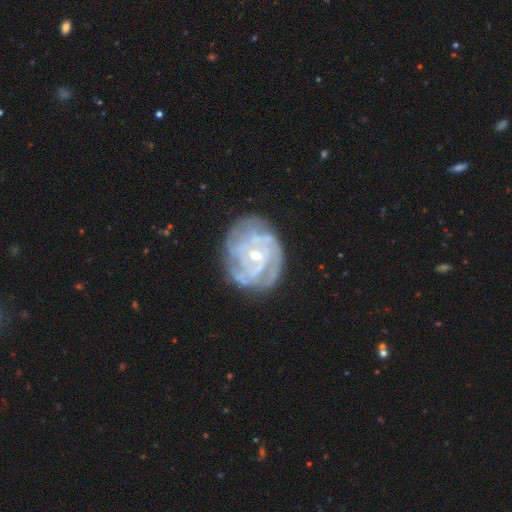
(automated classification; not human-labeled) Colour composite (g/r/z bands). It shows a featured or disk galaxy (83%) with no bar (60%), tight (65%) spiral arms (84%) and a small central bulge (54%). Merging: none (65%).